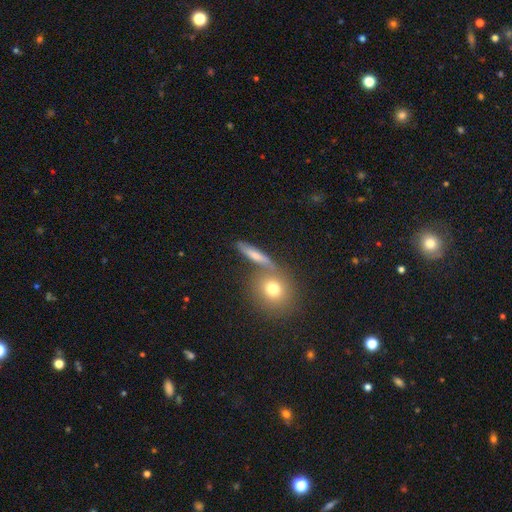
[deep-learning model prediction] The model was most divided on "how rounded": cigar-shaped: 54%, round: 25%, in between: 21%. More confident: smooth or featured — smooth (66%); merging — none (65%).